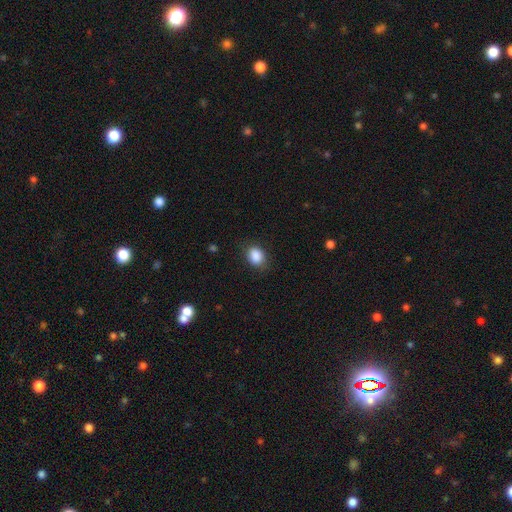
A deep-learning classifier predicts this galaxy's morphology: This appears to be a smooth galaxy with no disk features (88%) that is in between round and cigar-shaped (56%). Merging: none (80%).